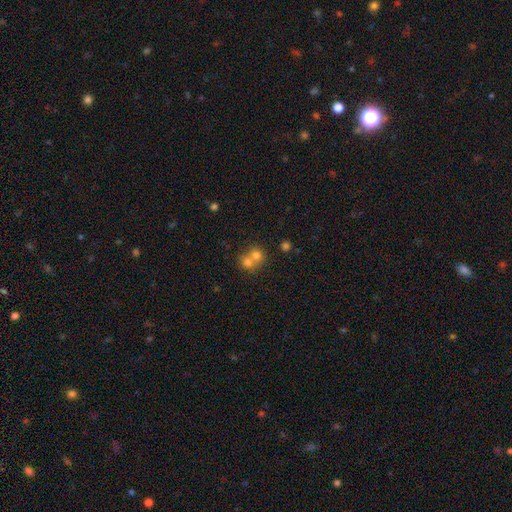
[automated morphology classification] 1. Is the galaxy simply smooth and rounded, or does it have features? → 72% smooth, 15% featured or disk, 13% star or artifact.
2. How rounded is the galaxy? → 80% round, 19% in between, 1% cigar-shaped.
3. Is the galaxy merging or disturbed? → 60% merger, 32% none, 5% minor disturbance, 3% major disturbance.